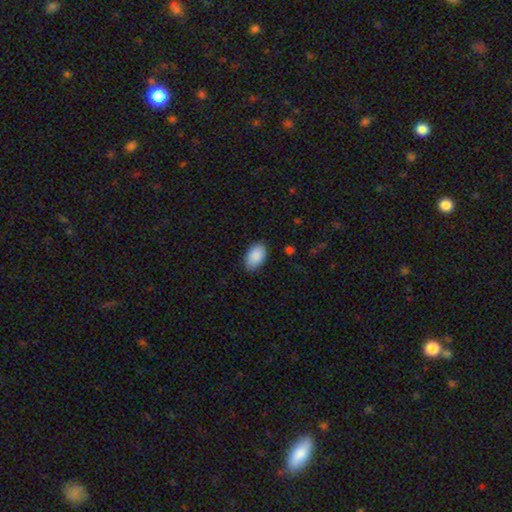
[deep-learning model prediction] Overall: smooth (90%). How rounded: in between (94%). Merging: none (83%).